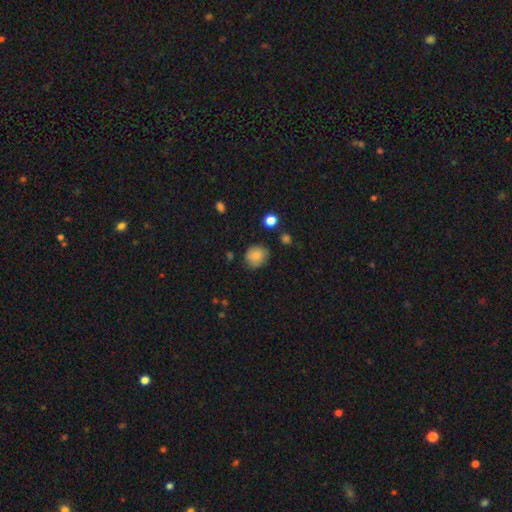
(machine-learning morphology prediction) The model was most divided on "how rounded": round: 76%, in between: 23%, cigar-shaped: 1%. More confident: smooth or featured — smooth (83%); merging — none (80%).